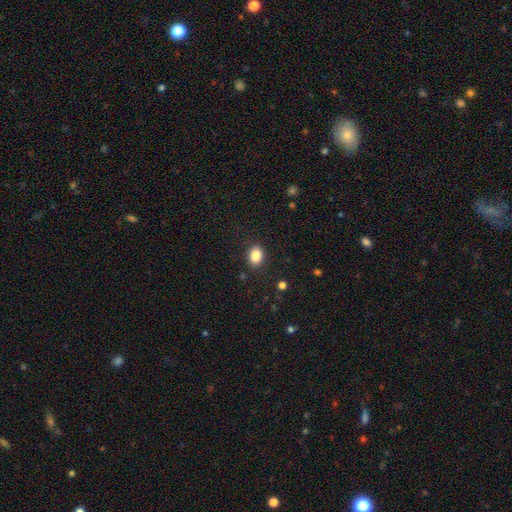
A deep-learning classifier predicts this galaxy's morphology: The model was most divided on "how rounded": in between: 68%, round: 31%, cigar-shaped: 1%. More confident: merging — none (87%); smooth or featured — smooth (86%).